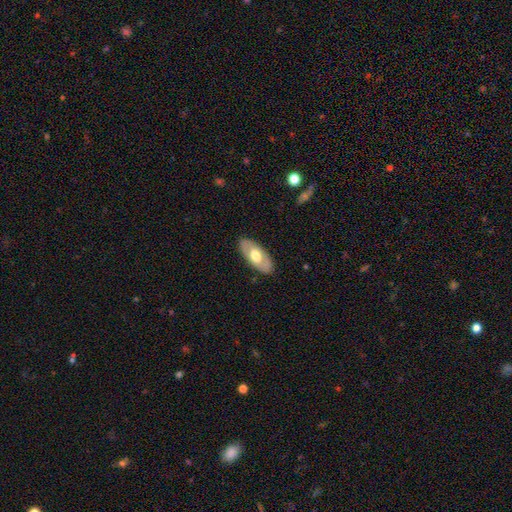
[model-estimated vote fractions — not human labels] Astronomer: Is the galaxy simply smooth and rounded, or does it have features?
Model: smooth — 52% (runner-up: featured or disk, 44%).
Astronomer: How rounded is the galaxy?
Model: in between — 91%.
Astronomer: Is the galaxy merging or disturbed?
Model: none — 85%.